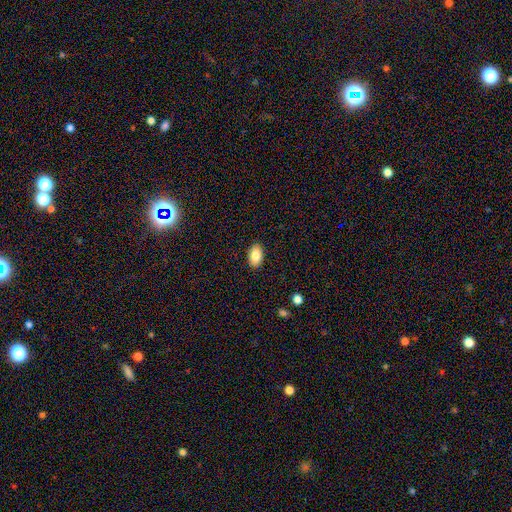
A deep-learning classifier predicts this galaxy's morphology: smooth-or-featured: smooth: 84% | featured or disk: 9% | star or artifact: 7%
  how-rounded: in between: 92% | round: 7% | cigar-shaped: 1%
  merging: none: 89% | minor disturbance: 8% | major disturbance: 2% | merger: 1%